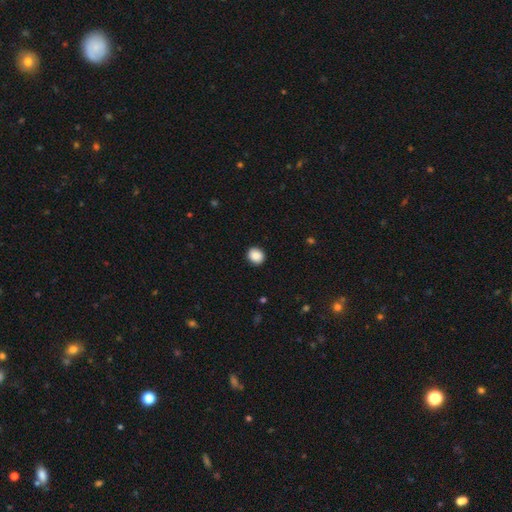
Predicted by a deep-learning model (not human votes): A smooth galaxy with no disk features (89%) that is round (77%).

Vote fractions:
- Smooth or featured? smooth: 89% / star or artifact: 8% / featured or disk: 3%
- How rounded? round: 77% / in between: 22% / cigar-shaped: 1%
- Merging? none: 91% / minor disturbance: 6% / major disturbance: 2% / merger: 1%